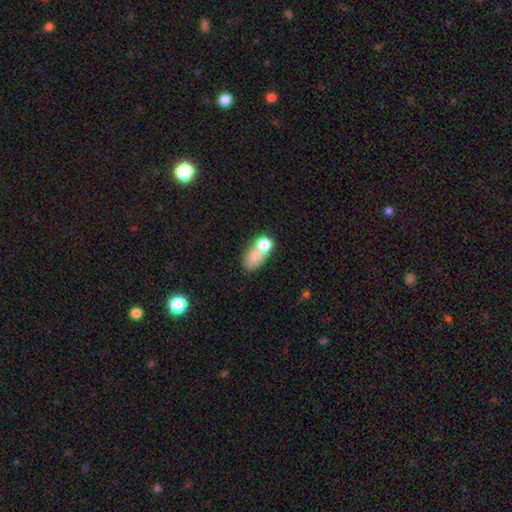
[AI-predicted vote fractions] A smooth galaxy with no disk features (70%) that is in between round and cigar-shaped (71%). Merging: merger (60%).